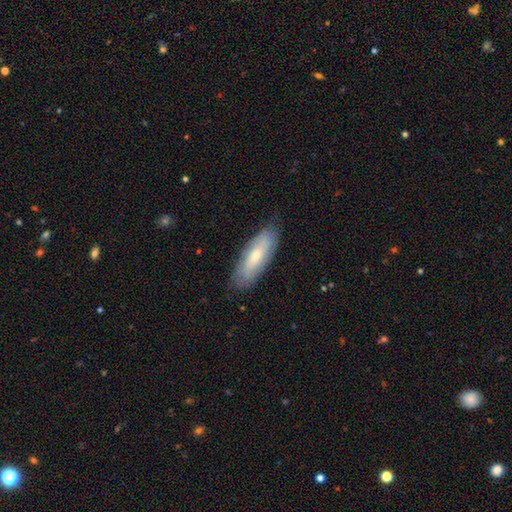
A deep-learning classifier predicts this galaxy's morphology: This is possibly a smooth galaxy (51%). How rounded: likely in between (63%). Merging: clearly none (80%).